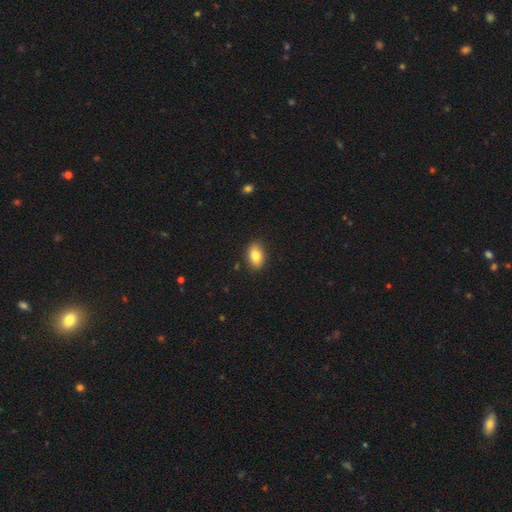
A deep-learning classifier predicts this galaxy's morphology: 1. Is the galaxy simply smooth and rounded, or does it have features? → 82% smooth, 10% featured or disk, 8% star or artifact.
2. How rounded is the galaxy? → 86% in between, 12% round, 2% cigar-shaped.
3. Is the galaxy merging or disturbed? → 89% none, 8% minor disturbance, 2% major disturbance, 1% merger.